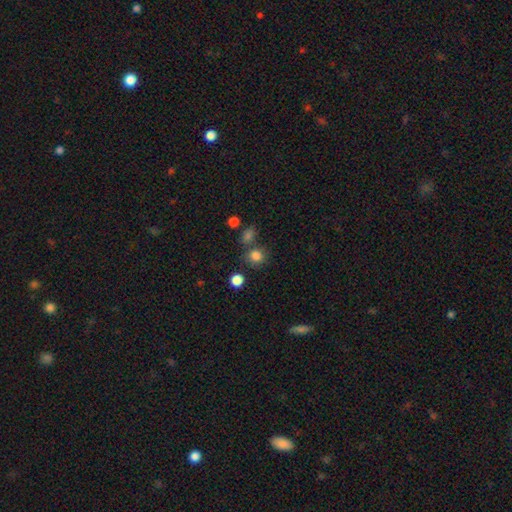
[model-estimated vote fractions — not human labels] smooth_or_featured: smooth (p=0.81) [alt: star or artifact p=0.14]
how_rounded: round (p=0.80) [alt: in between p=0.19]
merging: none (p=0.68) [alt: merger p=0.16]